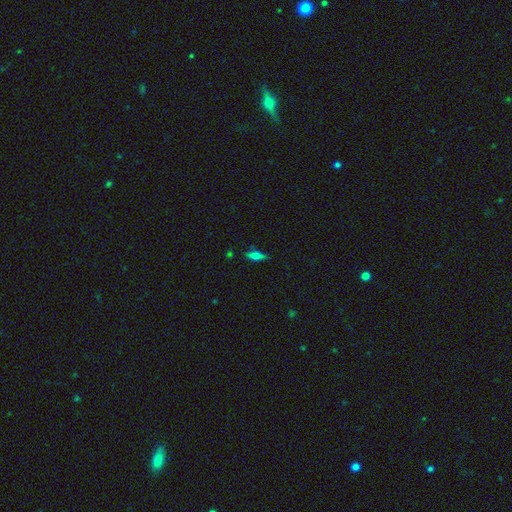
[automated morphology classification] A smooth galaxy with no disk features (56%) that is in between round and cigar-shaped (53%).

Vote fractions:
- Smooth or featured? smooth: 56% / featured or disk: 34% / star or artifact: 10%
- How rounded? in between: 53% / cigar-shaped: 43% / round: 4%
- Merging? none: 78% / minor disturbance: 16% / major disturbance: 4% / merger: 2%